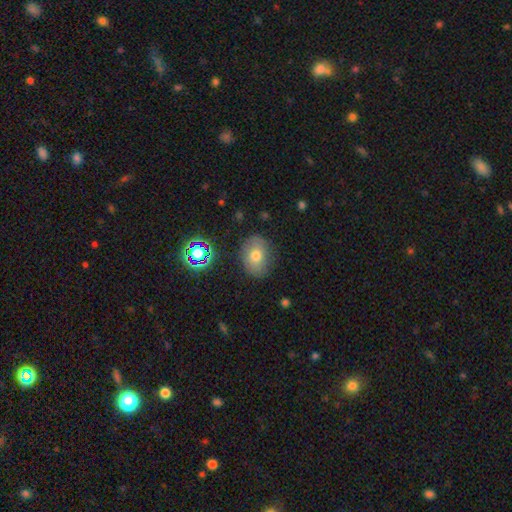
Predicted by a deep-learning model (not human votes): A smooth galaxy with no disk features (71%) that is in between round and cigar-shaped (67%).

Vote fractions:
- Smooth or featured? smooth: 71% / featured or disk: 16% / star or artifact: 13%
- How rounded? in between: 67% / round: 32% / cigar-shaped: 1%
- Merging? none: 80% / minor disturbance: 14% / major disturbance: 4% / merger: 2%